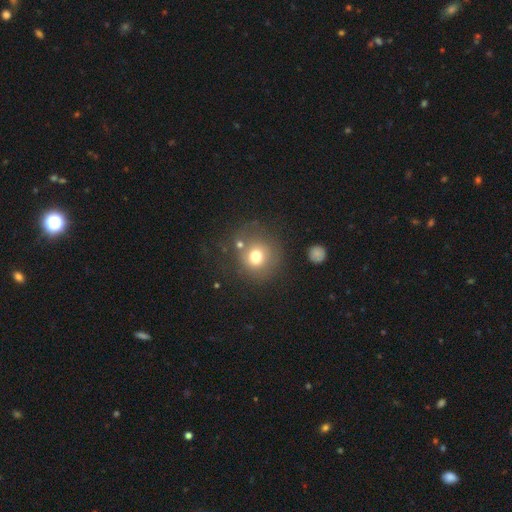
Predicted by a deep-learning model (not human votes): Smooth or featured? Predicted: smooth (p=0.72). How rounded? Predicted: round (p=0.84). Merging? Predicted: none (p=0.64).